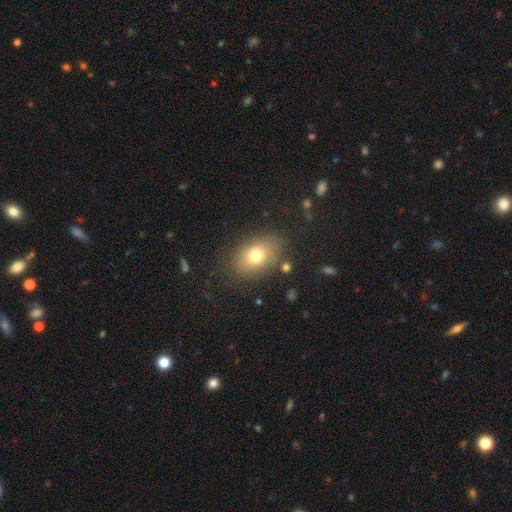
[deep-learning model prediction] smooth 75%, featured or disk 14%, star or artifact 11%. Down the decision tree: how rounded — in between (76%); merging — none (80%).